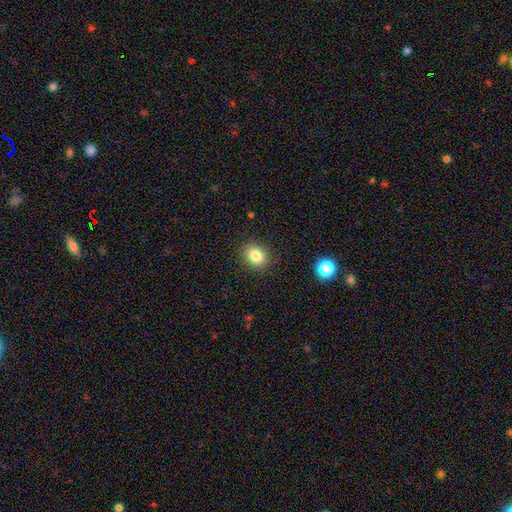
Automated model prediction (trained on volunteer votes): This appears to be a smooth galaxy with no disk features (83%) that is round (56%). Merging: none (89%).